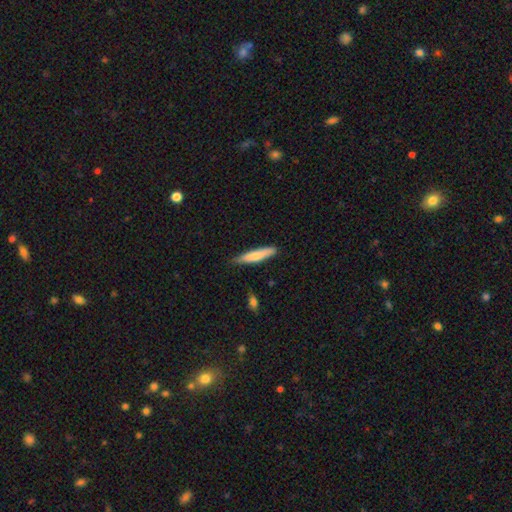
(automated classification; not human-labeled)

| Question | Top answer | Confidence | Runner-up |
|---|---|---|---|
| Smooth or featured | smooth | 74% | featured or disk (20%) |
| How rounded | cigar-shaped | 88% | in between (11%) |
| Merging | none | 80% | minor disturbance (16%) |